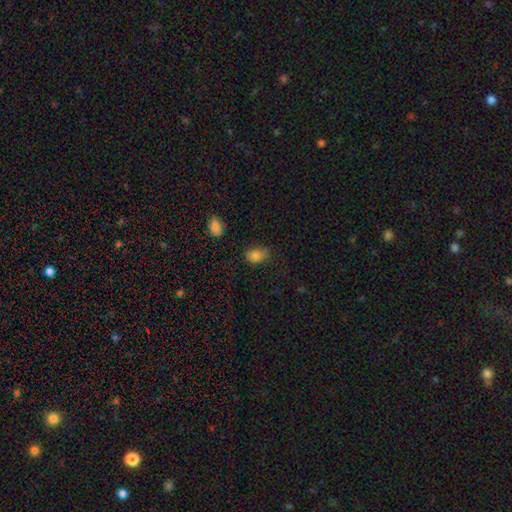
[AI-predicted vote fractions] Smooth or featured? smooth (83%)
How rounded? in between (79%)
Merging? none (63%)